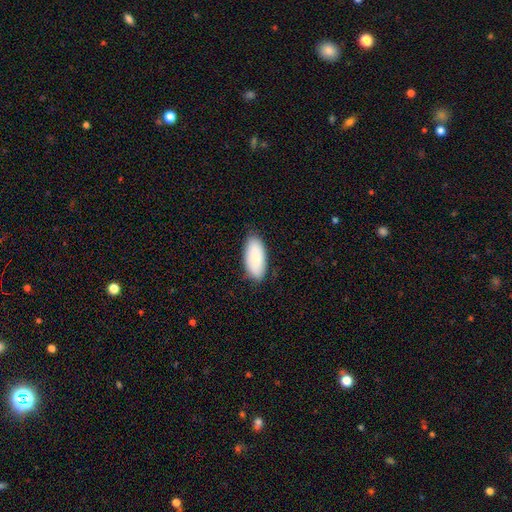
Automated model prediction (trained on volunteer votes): smooth-or-featured: smooth: 82% | featured or disk: 12% | star or artifact: 6%
  how-rounded: in between: 92% | cigar-shaped: 6% | round: 2%
  merging: none: 82% | minor disturbance: 14% | major disturbance: 2% | merger: 1%